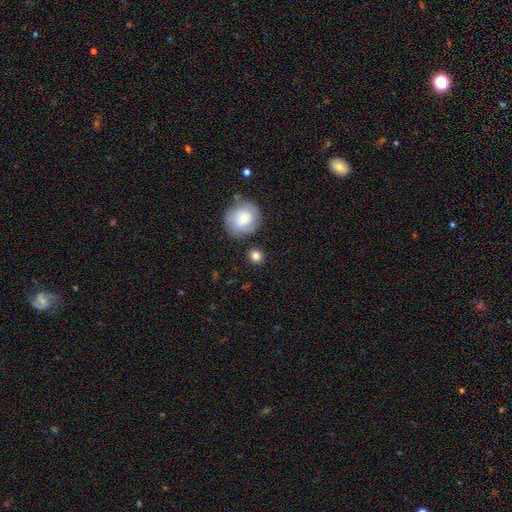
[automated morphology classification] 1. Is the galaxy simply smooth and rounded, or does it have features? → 83% smooth, 9% featured or disk, 8% star or artifact.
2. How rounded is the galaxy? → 89% round, 10% in between, 1% cigar-shaped.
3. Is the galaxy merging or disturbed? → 81% none, 11% minor disturbance, 5% merger, 3% major disturbance.